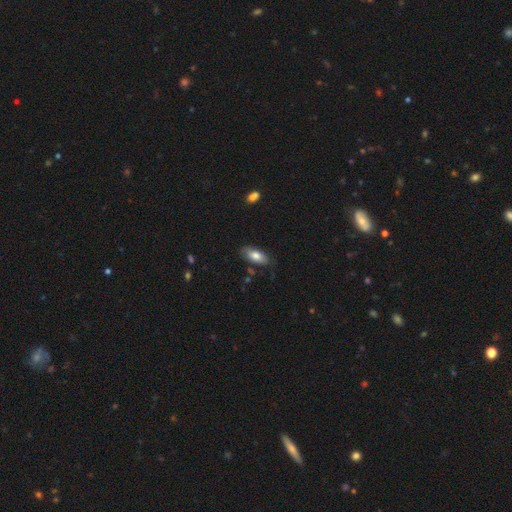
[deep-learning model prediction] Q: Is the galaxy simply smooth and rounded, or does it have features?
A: smooth — 74%.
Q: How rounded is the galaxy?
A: in between — 88%.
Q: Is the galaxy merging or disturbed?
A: none — 75%.